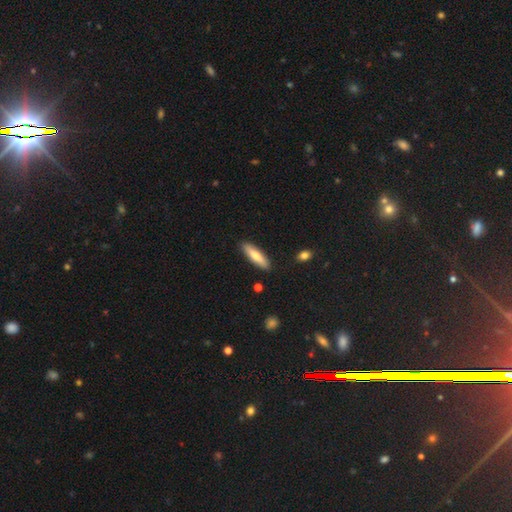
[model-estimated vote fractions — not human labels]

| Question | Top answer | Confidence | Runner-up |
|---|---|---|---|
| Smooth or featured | smooth | 68% | featured or disk (26%) |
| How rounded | cigar-shaped | 69% | in between (30%) |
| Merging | none | 88% | minor disturbance (8%) |